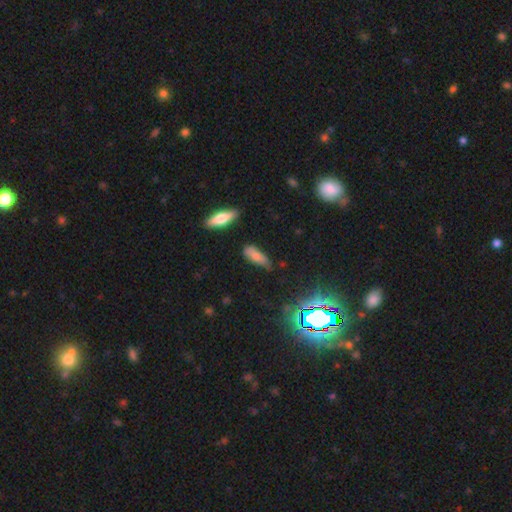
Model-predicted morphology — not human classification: A smooth galaxy with no disk features (73%) that is in between round and cigar-shaped (62%).

Vote fractions:
- Smooth or featured? smooth: 73% / featured or disk: 15% / star or artifact: 12%
- How rounded? in between: 62% / cigar-shaped: 35% / round: 3%
- Merging? none: 50% / minor disturbance: 37% / major disturbance: 9% / merger: 4%